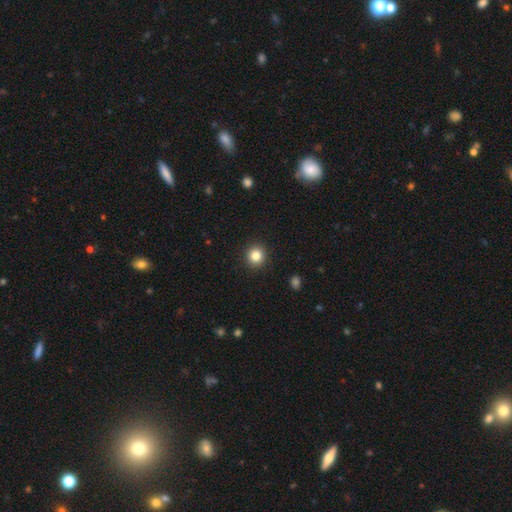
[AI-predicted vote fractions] Smooth or featured?
  - smooth: 84% *
  - star or artifact: 11%
  - featured or disk: 6%
How rounded?
  - round: 93% *
  - in between: 6%
  - cigar-shaped: 1%
Merging?
  - none: 93% *
  - minor disturbance: 5%
  - major disturbance: 2%
  - merger: 1%